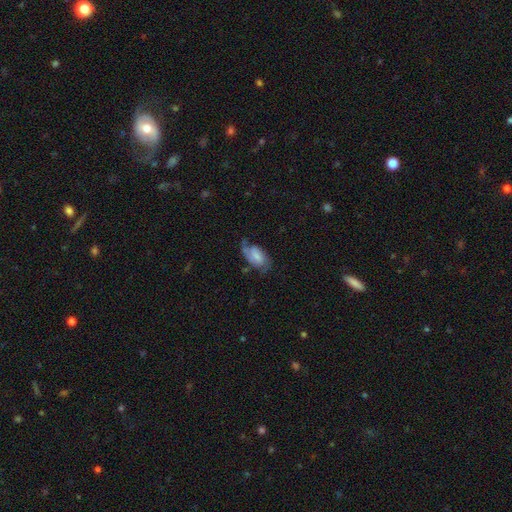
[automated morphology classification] This appears to be a featured or disk galaxy (59%) with a weak bar (46%), spiral arms (87%) and a small central bulge (42%). Merging: none (50%).